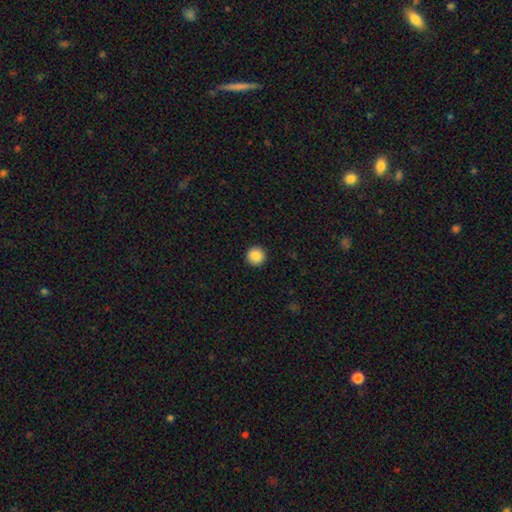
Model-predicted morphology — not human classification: Smooth or featured?
  - smooth: 88% *
  - star or artifact: 9%
  - featured or disk: 4%
How rounded?
  - round: 96% *
  - in between: 3%
  - cigar-shaped: 1%
Merging?
  - none: 93% *
  - minor disturbance: 4%
  - major disturbance: 2%
  - merger: 1%